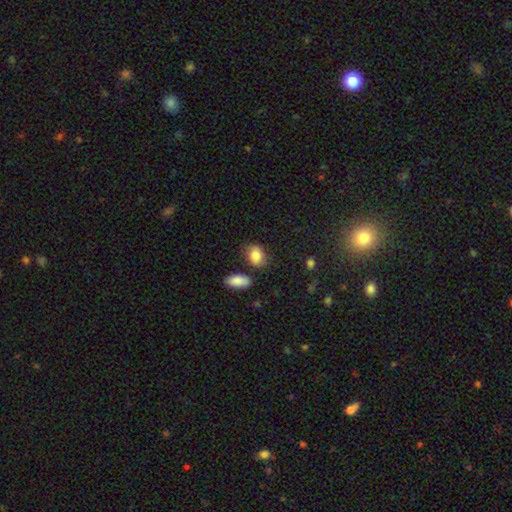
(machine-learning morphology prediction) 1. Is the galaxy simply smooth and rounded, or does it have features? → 85% smooth, 8% star or artifact, 8% featured or disk.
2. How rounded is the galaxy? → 71% in between, 27% round, 2% cigar-shaped.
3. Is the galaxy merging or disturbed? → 69% none, 19% minor disturbance, 7% merger, 5% major disturbance.